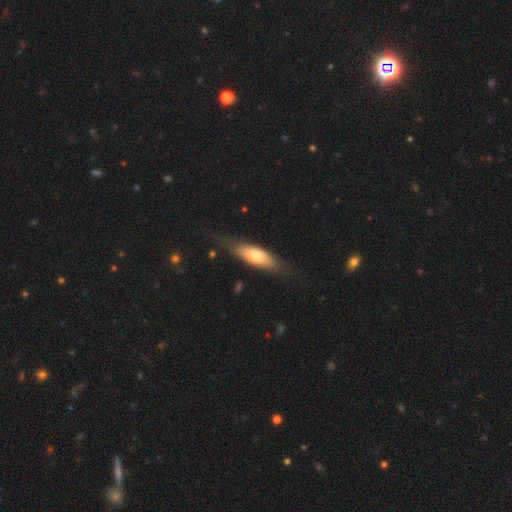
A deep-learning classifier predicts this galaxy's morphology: This appears to be a smooth galaxy with no disk features (61%) that is in between round and cigar-shaped (57%). Merging: none (68%).